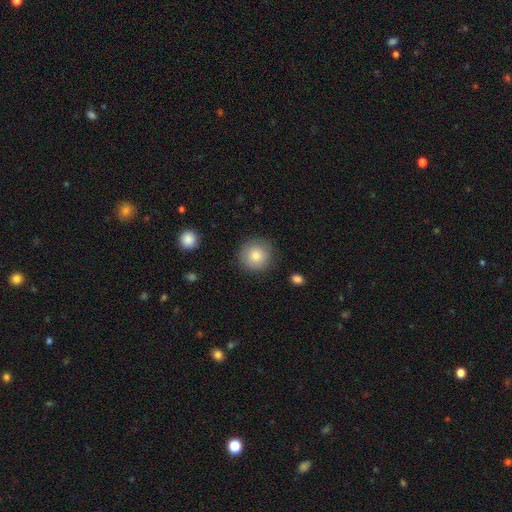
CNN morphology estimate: Smooth or featured? Predicted: smooth (p=0.81). How rounded? Predicted: round (p=0.94). Merging? Predicted: none (p=0.88).